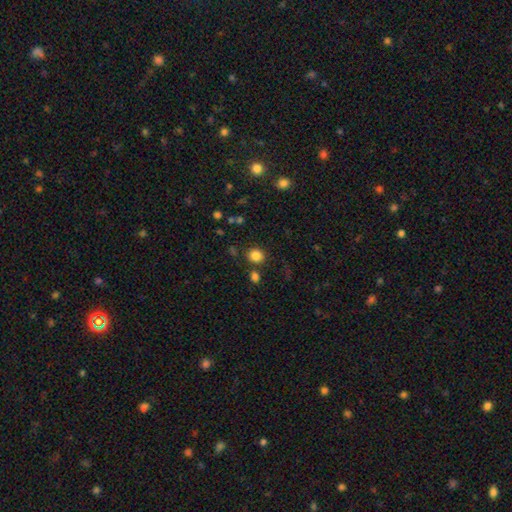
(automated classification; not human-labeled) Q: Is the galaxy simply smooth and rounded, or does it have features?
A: smooth — 84%.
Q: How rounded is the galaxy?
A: round — 78%.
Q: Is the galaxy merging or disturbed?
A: none — 81%.